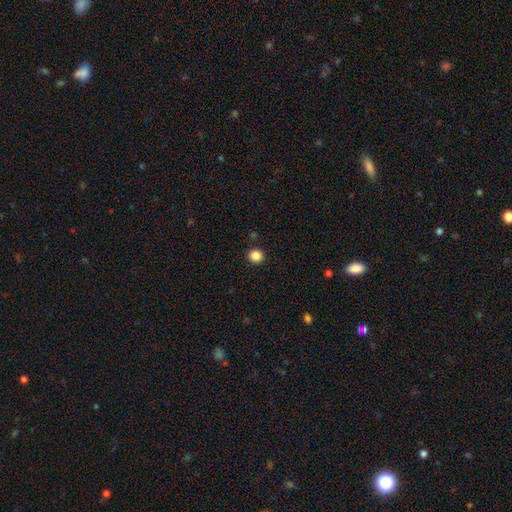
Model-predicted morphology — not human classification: Smooth or featured?
  - smooth: 87% *
  - star or artifact: 11%
  - featured or disk: 3%
How rounded?
  - round: 92% *
  - in between: 7%
  - cigar-shaped: 1%
Merging?
  - none: 92% *
  - minor disturbance: 5%
  - major disturbance: 2%
  - merger: 2%